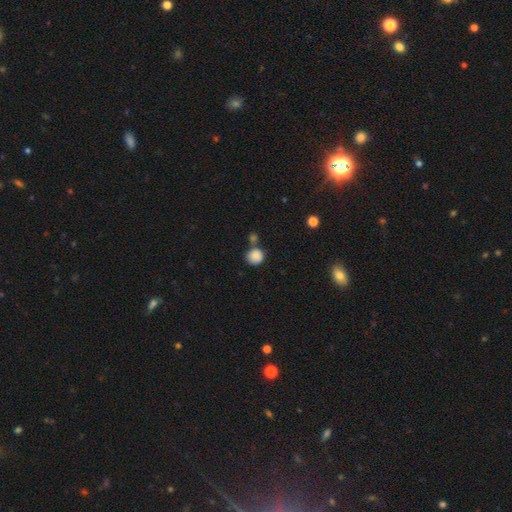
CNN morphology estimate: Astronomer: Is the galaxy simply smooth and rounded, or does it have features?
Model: smooth — 84%.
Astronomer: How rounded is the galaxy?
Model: round — 87%.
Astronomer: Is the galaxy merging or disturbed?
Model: none — 60%.